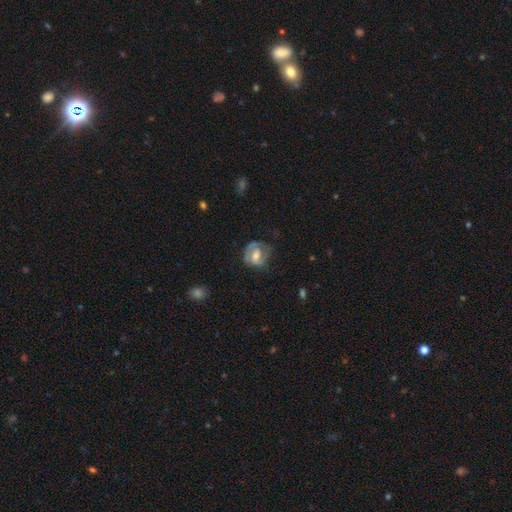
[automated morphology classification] type=featured or disk (63%); edge-on=no (97%); bar=weak (43%); spiral arms=yes (71%); bulge=moderate (57%); merging=none (54%).